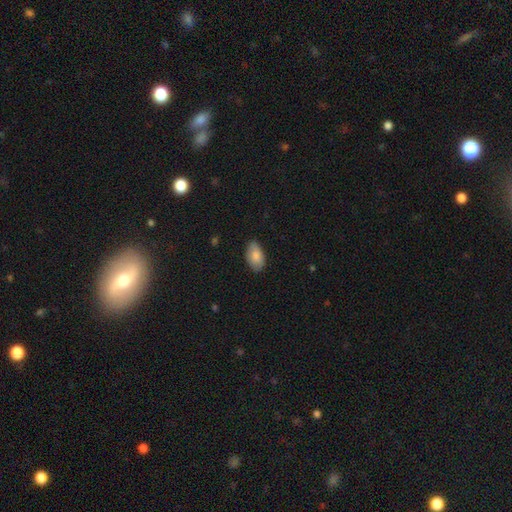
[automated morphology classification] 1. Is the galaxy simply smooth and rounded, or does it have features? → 84% smooth, 10% featured or disk, 6% star or artifact.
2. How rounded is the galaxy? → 94% in between, 4% round, 2% cigar-shaped.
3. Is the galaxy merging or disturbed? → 80% none, 17% minor disturbance, 2% major disturbance, 1% merger.